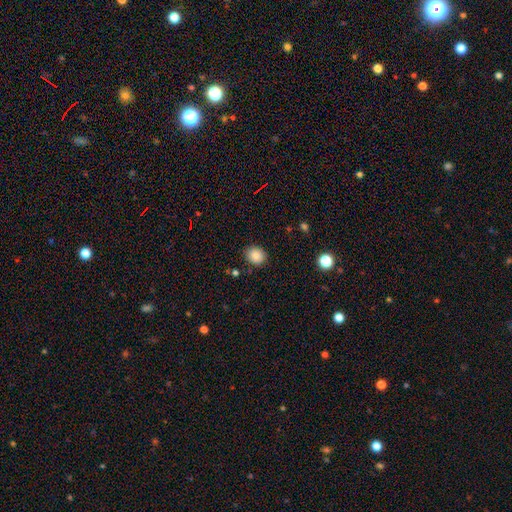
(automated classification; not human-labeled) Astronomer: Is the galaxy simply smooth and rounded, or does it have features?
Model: smooth — 86%.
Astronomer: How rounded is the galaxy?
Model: round — 70%.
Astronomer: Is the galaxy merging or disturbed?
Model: none — 87%.